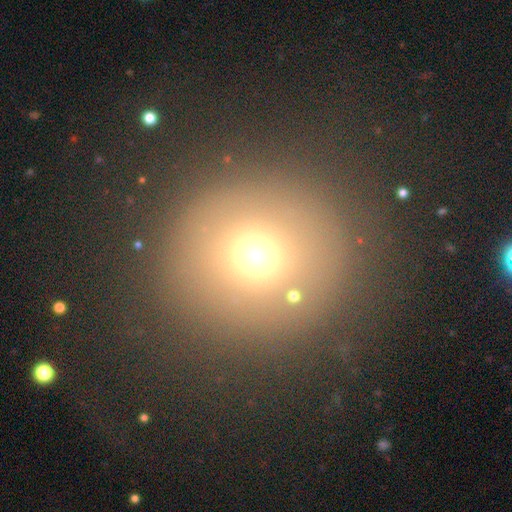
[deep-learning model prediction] Smooth or featured: smooth — 67% (star or artifact — 20%)
How rounded: round — 93% (in between — 6%)
Merging: none — 82% (minor disturbance — 9%)